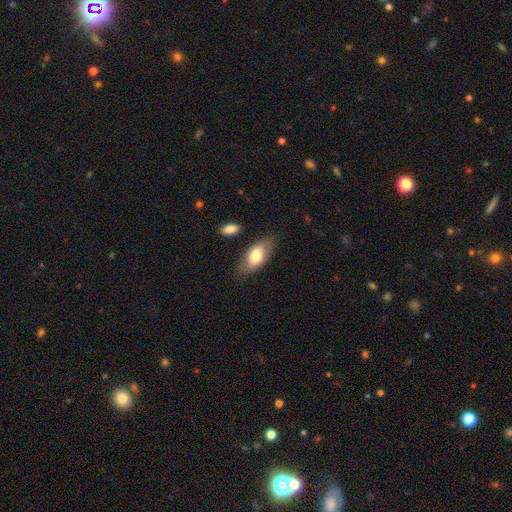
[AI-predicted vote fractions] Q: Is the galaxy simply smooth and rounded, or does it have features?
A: smooth — 76%.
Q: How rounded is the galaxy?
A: in between — 87%.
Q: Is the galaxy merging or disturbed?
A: none — 75%.